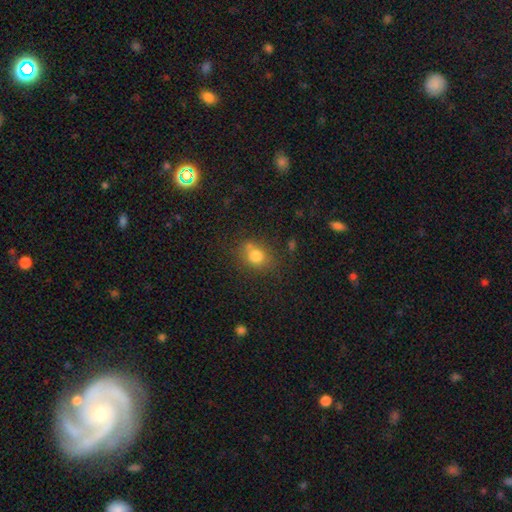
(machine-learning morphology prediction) Smooth or featured: smooth — 78% (star or artifact — 12%)
How rounded: round — 60% (in between — 39%)
Merging: none — 62% (minor disturbance — 18%)